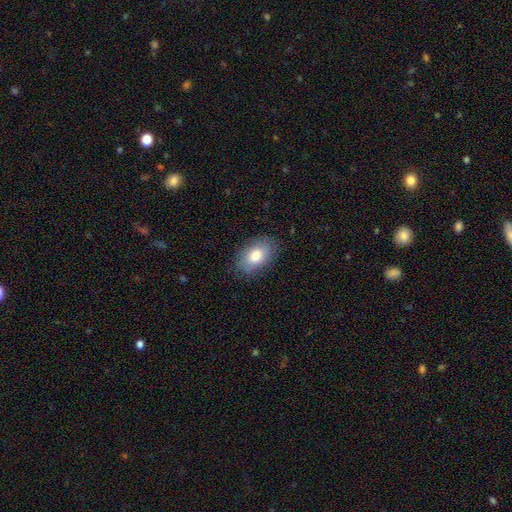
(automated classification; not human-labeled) Smooth or featured? Predicted: smooth (p=0.79). How rounded? Predicted: in between (p=0.89). Merging? Predicted: none (p=0.83).